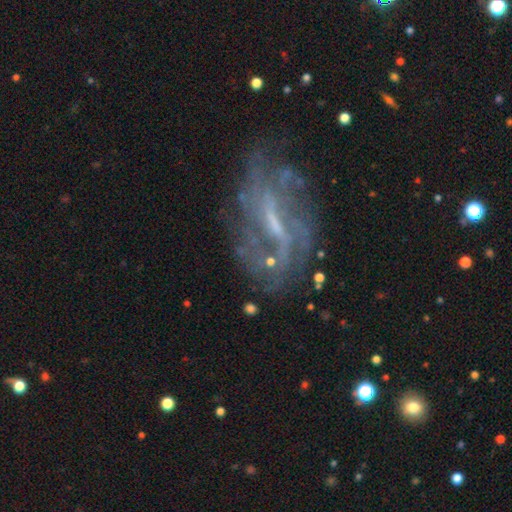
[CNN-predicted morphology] Smooth or featured?
  - featured or disk: 74% *
  - star or artifact: 14%
  - smooth: 12%
Edge-on disk?
  - no: 89% *
  - yes: 11%
Bar?
  - weak: 44% *
  - strong: 35%
  - no: 21%
Spiral arms?
  - yes: 72% *
  - no: 28%
Bulge size?
  - small: 49% *
  - none: 25%
  - moderate: 22%
  - large: 2%
  - dominant: 1%
Merging?
  - none: 63% *
  - minor disturbance: 18%
  - major disturbance: 15%
  - merger: 3%